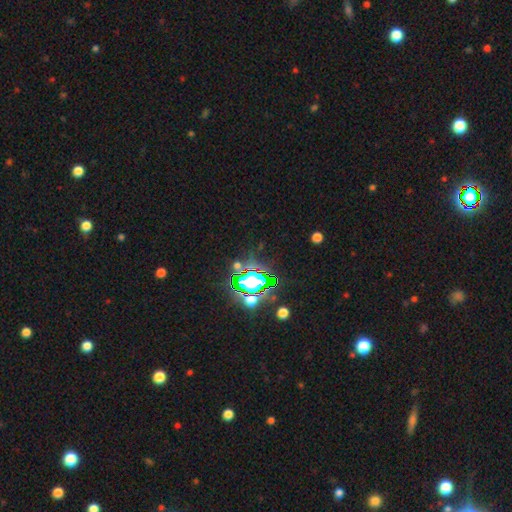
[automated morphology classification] Smooth or featured? Predicted: star or artifact (p=0.82).